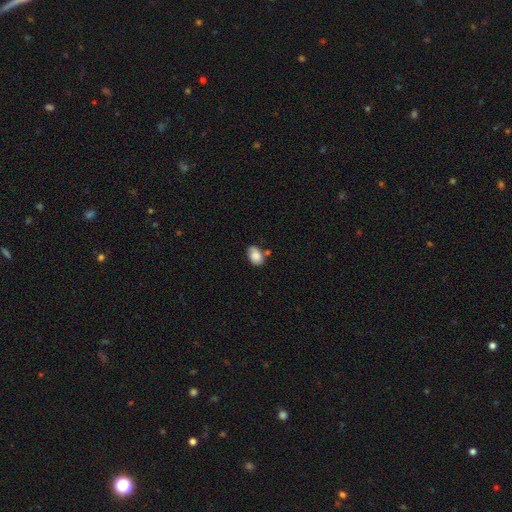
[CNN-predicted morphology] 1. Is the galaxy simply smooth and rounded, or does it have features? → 78% smooth, 14% featured or disk, 8% star or artifact.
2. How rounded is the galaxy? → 85% in between, 14% round, 1% cigar-shaped.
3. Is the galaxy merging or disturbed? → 53% none, 28% minor disturbance, 11% merger, 8% major disturbance.